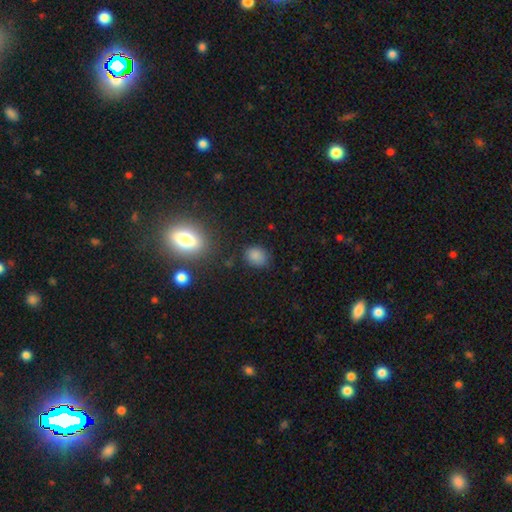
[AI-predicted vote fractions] smooth_or_featured: smooth (p=0.81) [alt: star or artifact p=0.14]
how_rounded: round (p=0.59) [alt: in between p=0.39]
merging: none (p=0.76) [alt: minor disturbance p=0.17]